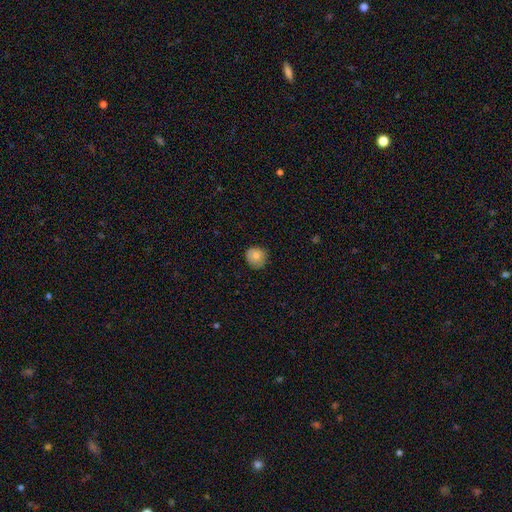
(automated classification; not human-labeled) Smooth or featured? smooth (81%)
How rounded? round (88%)
Merging? none (81%)